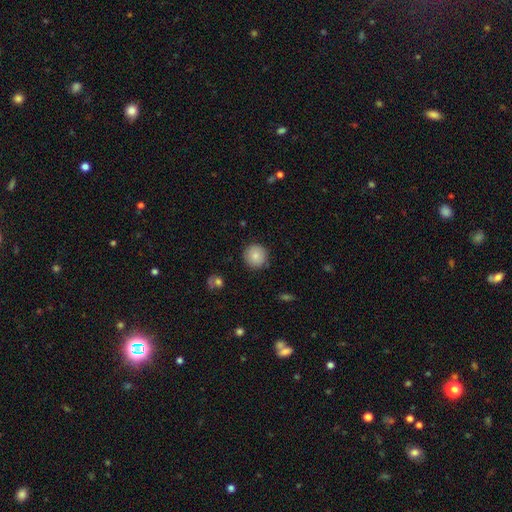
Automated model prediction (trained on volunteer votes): Smooth or featured? smooth (84%)
How rounded? round (94%)
Merging? none (89%)